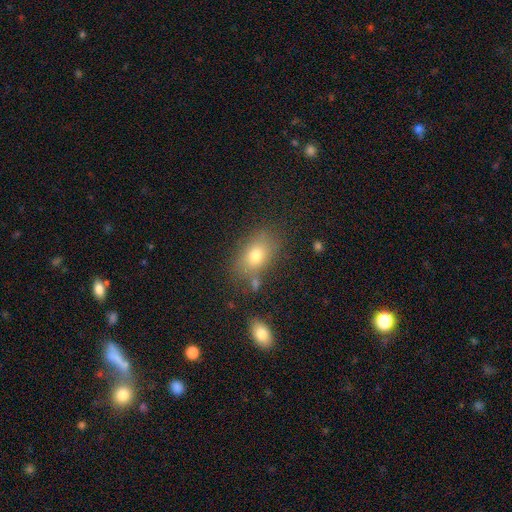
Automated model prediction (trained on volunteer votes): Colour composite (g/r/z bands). It shows a smooth galaxy with no disk features (75%) that is in between round and cigar-shaped (82%). Merging: none (71%).